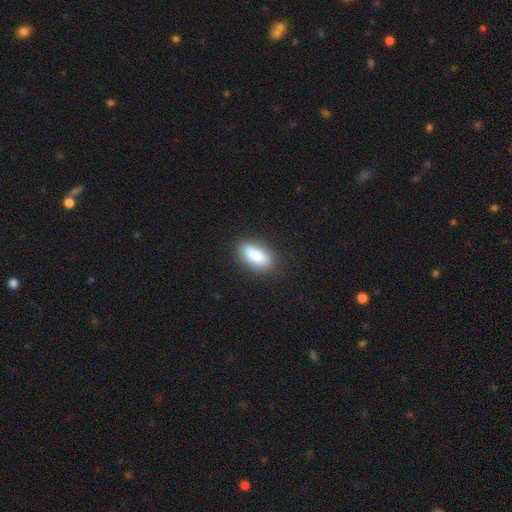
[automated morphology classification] smooth-or-featured: smooth: 84% | featured or disk: 9% | star or artifact: 7%
  how-rounded: in between: 80% | cigar-shaped: 16% | round: 4%
  merging: none: 85% | minor disturbance: 11% | major disturbance: 3% | merger: 1%